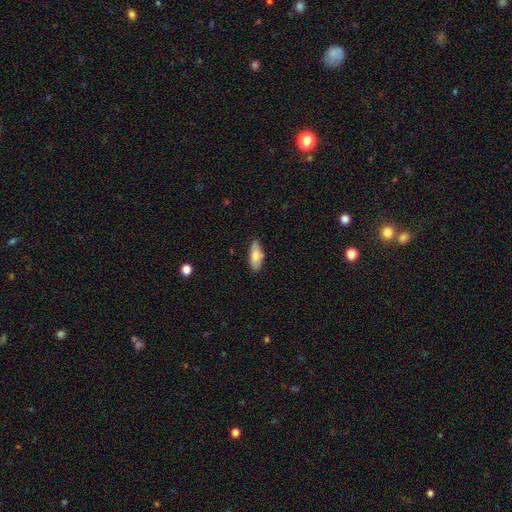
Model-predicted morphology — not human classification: Q: Smooth or featured?
A: smooth (70%); runner-up: featured or disk (24%)
Q: How rounded?
A: in between (83%); runner-up: cigar-shaped (14%)
Q: Merging?
A: none (79%); runner-up: minor disturbance (17%)